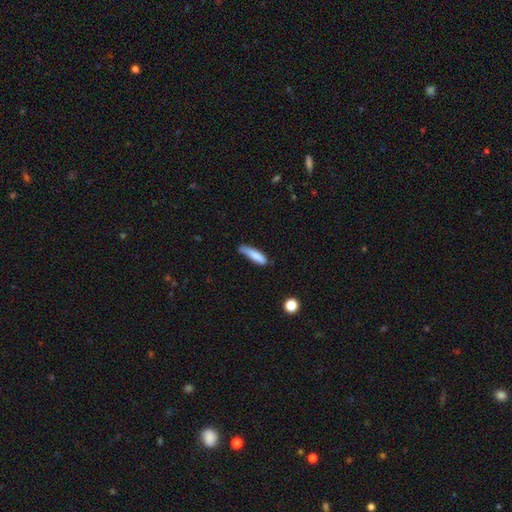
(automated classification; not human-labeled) smooth_or_featured: smooth (p=0.81) [alt: featured or disk p=0.12]
how_rounded: cigar-shaped (p=0.78) [alt: in between p=0.20]
merging: none (p=0.54) [alt: minor disturbance p=0.34]